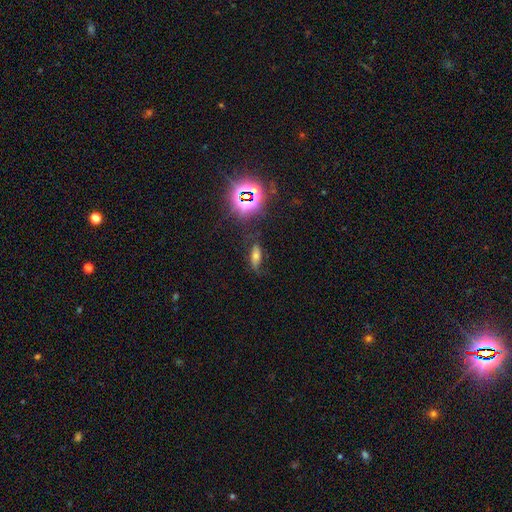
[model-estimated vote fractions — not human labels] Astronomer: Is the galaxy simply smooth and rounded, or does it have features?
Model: smooth — 40% (runner-up: featured or disk, 32%).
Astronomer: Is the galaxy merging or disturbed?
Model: none — 63%.